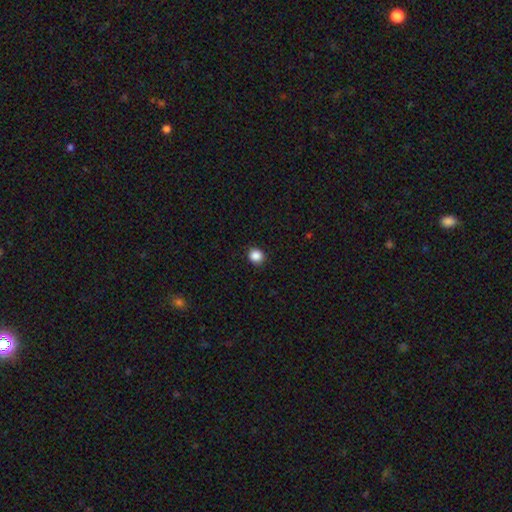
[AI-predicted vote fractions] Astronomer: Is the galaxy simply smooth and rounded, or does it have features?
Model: smooth — 87%.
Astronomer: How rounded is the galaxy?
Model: round — 88%.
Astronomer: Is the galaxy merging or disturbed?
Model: none — 92%.